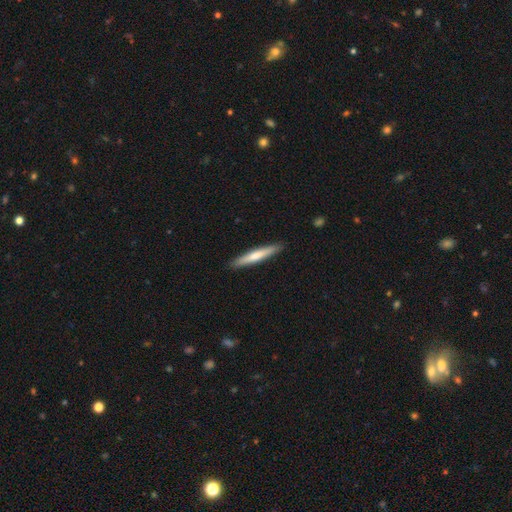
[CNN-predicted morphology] A smooth galaxy with no disk features (62%) that is cigar-shaped (94%).

Vote fractions:
- Smooth or featured? smooth: 62% / featured or disk: 33% / star or artifact: 5%
- How rounded? cigar-shaped: 94% / in between: 5% / round: 1%
- Merging? none: 91% / minor disturbance: 6% / major disturbance: 1% / merger: 1%